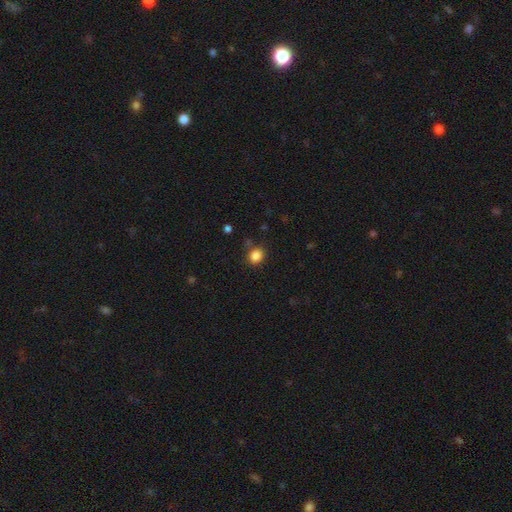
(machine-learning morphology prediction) The model was most divided on "how rounded": round: 68%, in between: 31%, cigar-shaped: 1%. More confident: smooth or featured — smooth (86%); merging — none (82%).